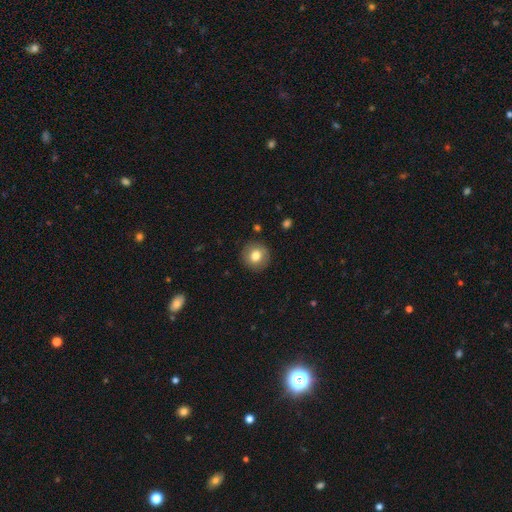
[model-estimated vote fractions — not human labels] This is likely a smooth galaxy (78%). How rounded: clearly round (91%). Merging: clearly none (89%).